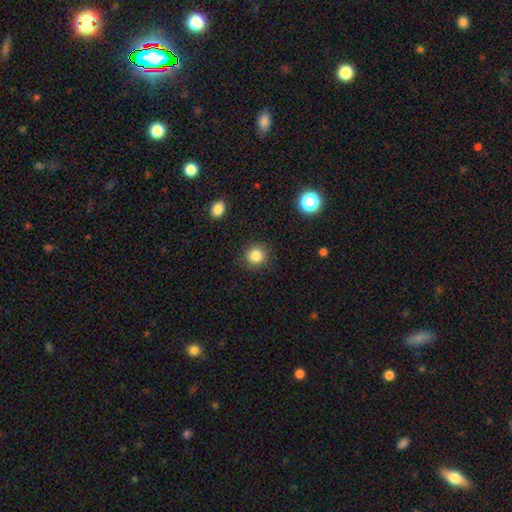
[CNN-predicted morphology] Smooth or featured? Predicted: smooth (p=0.84). How rounded? Predicted: round (p=0.91). Merging? Predicted: none (p=0.89).